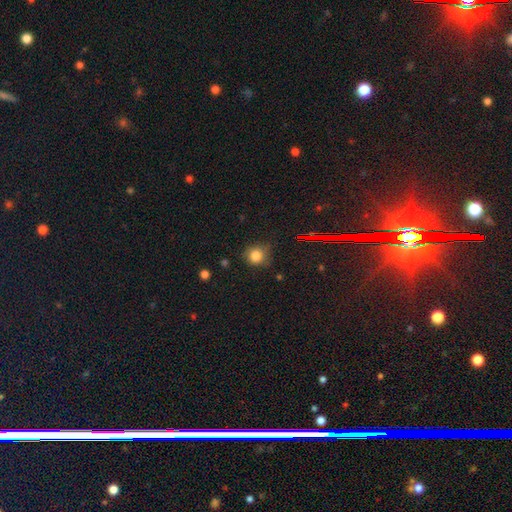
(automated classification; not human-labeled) This appears to be a smooth galaxy with no disk features (80%) that is round (87%). Merging: none (74%).